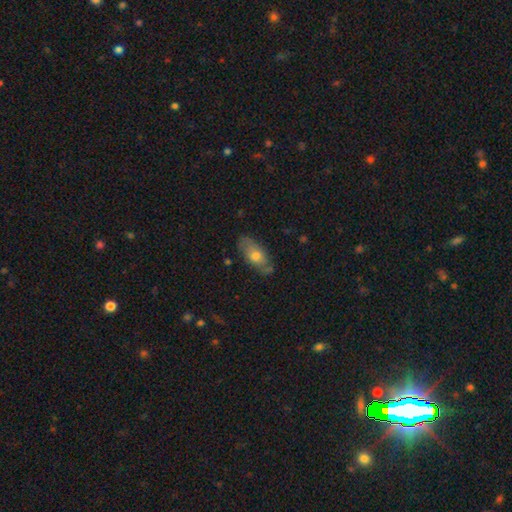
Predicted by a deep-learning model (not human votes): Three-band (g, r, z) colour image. It shows a smooth galaxy with no disk features (52%) that is in between round and cigar-shaped (81%). Merging: none (69%).